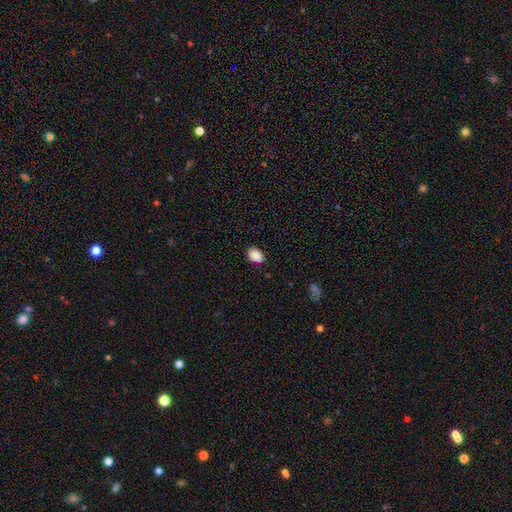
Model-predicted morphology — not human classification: A smooth galaxy with no disk features (89%) that is in between round and cigar-shaped (79%).

Vote fractions:
- Smooth or featured? smooth: 89% / star or artifact: 8% / featured or disk: 3%
- How rounded? in between: 79% / round: 20% / cigar-shaped: 1%
- Merging? none: 82% / minor disturbance: 14% / major disturbance: 3% / merger: 1%